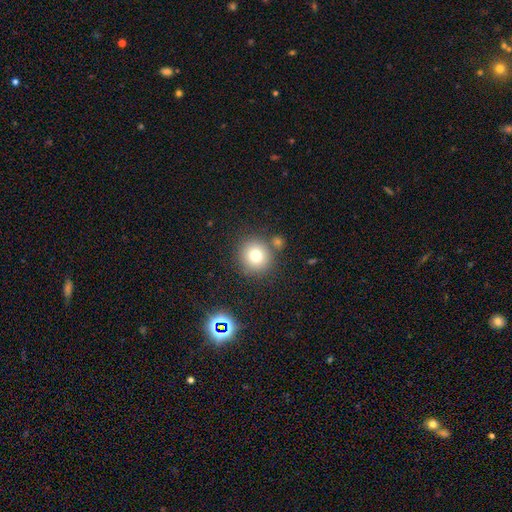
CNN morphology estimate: Overall: smooth (76%). How rounded: round (92%). Merging: none (78%).